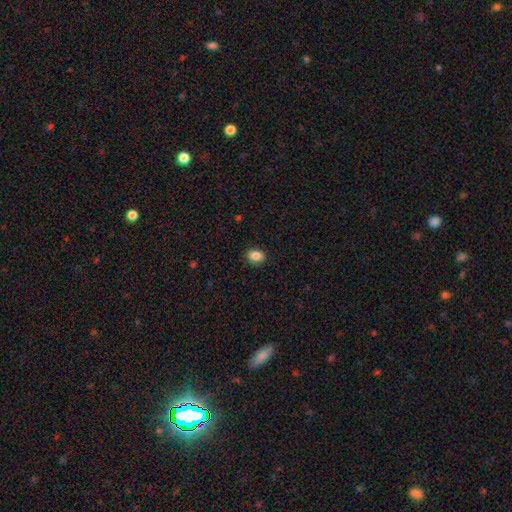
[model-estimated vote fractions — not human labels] The model was most divided on "how rounded": in between: 71%, round: 28%, cigar-shaped: 1%. More confident: merging — none (88%); smooth or featured — smooth (87%).